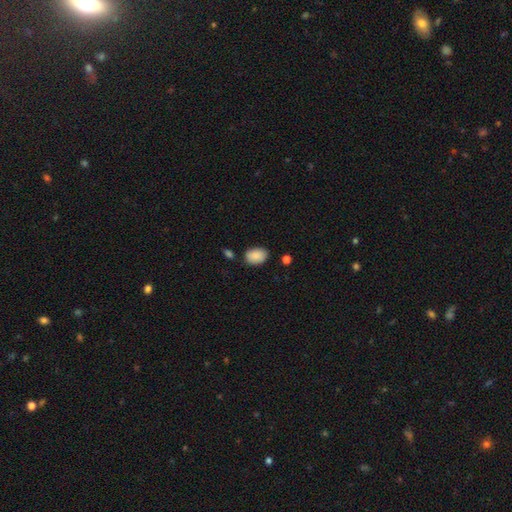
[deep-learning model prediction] Morphology: type=smooth (89%); roundness=in between (83%); merging=none (79%).